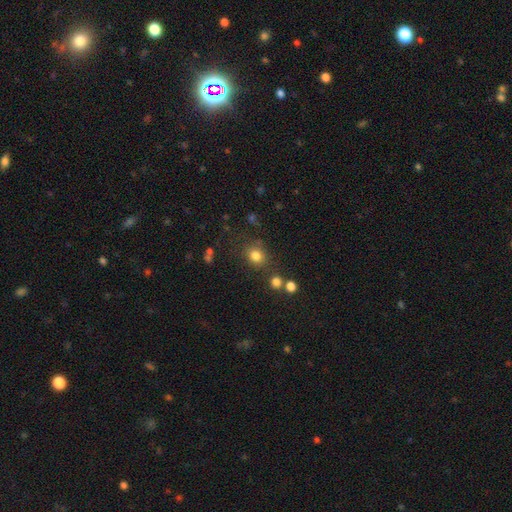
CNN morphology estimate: smooth_or_featured: smooth (p=0.80) [alt: star or artifact p=0.14]
how_rounded: round (p=0.71) [alt: in between p=0.28]
merging: none (p=0.76) [alt: minor disturbance p=0.12]